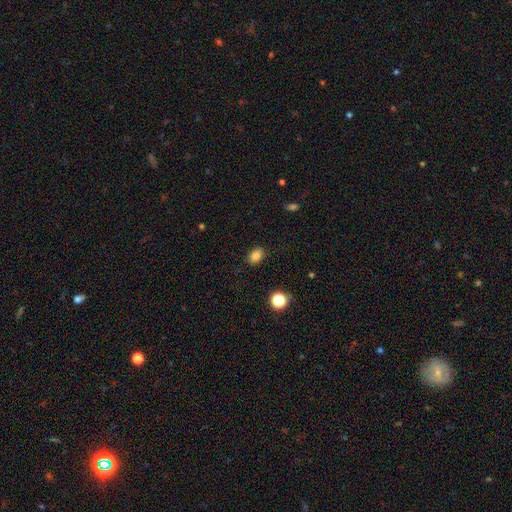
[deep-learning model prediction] A smooth galaxy with no disk features (84%) that is in between round and cigar-shaped (76%). Merging: none (87%).